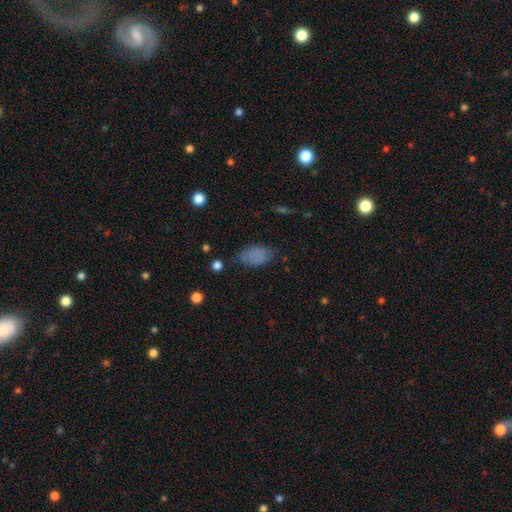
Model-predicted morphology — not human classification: smooth_or_featured: smooth (p=0.83) [alt: star or artifact p=0.10]
how_rounded: in between (p=0.93) [alt: round p=0.05]
merging: none (p=0.72) [alt: minor disturbance p=0.21]